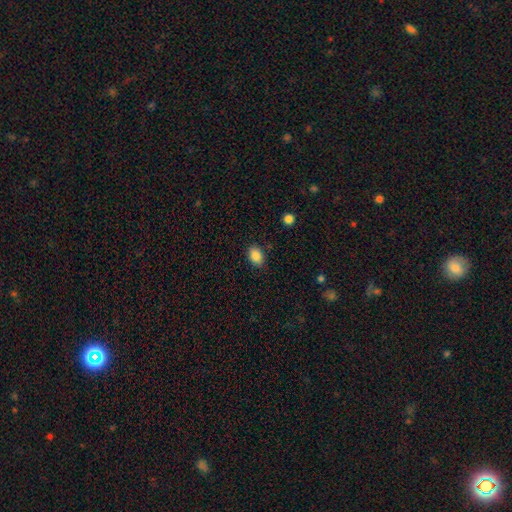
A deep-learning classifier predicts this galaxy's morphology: A smooth galaxy with no disk features (87%) that is in between round and cigar-shaped (77%).

Vote fractions:
- Smooth or featured? smooth: 87% / star or artifact: 9% / featured or disk: 4%
- How rounded? in between: 77% / round: 22% / cigar-shaped: 1%
- Merging? none: 83% / minor disturbance: 12% / major disturbance: 3% / merger: 1%